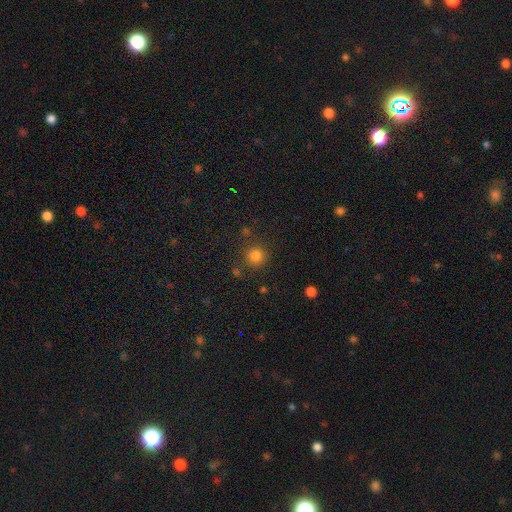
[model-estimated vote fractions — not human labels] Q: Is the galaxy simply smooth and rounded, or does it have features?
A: smooth — 81%.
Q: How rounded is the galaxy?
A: round — 93%.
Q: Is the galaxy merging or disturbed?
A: none — 85%.